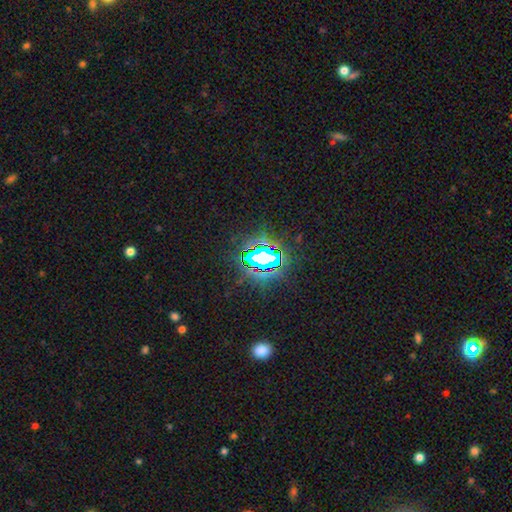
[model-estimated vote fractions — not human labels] Smooth or featured? Predicted: star or artifact (p=0.79).